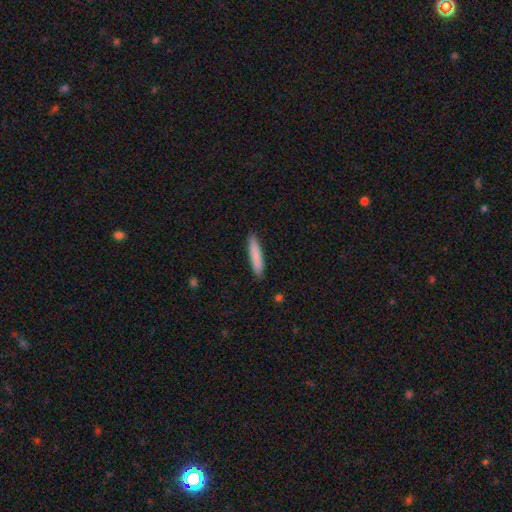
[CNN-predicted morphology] Smooth or featured: smooth — 85% (featured or disk — 9%)
How rounded: cigar-shaped — 88% (in between — 11%)
Merging: none — 90% (minor disturbance — 8%)